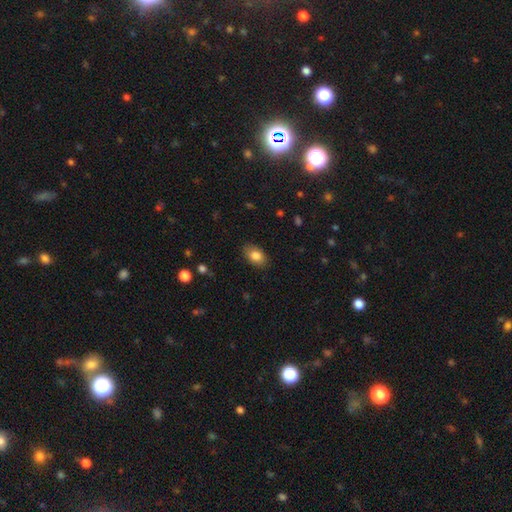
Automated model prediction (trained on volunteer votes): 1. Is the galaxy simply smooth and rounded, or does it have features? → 84% smooth, 8% featured or disk, 8% star or artifact.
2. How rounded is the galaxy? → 88% in between, 11% round, 1% cigar-shaped.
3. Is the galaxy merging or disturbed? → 86% none, 11% minor disturbance, 3% major disturbance, 1% merger.